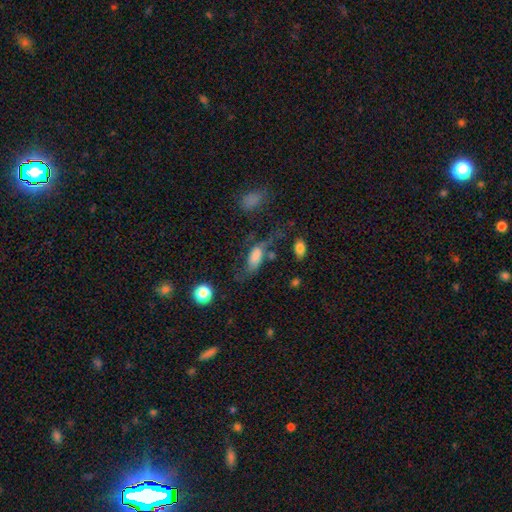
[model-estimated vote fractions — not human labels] smooth-or-featured: smooth: 53% | featured or disk: 36% | star or artifact: 12%
  how-rounded: in between: 82% | cigar-shaped: 12% | round: 7%
  merging: none: 38% | major disturbance: 31% | minor disturbance: 22% | merger: 9%